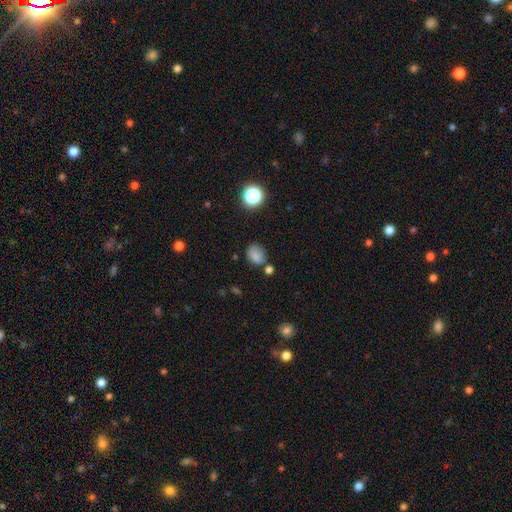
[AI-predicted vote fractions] smooth_or_featured: smooth (p=0.77) [alt: star or artifact p=0.14]
how_rounded: in between (p=0.57) [alt: round p=0.42]
merging: none (p=0.65) [alt: minor disturbance p=0.22]